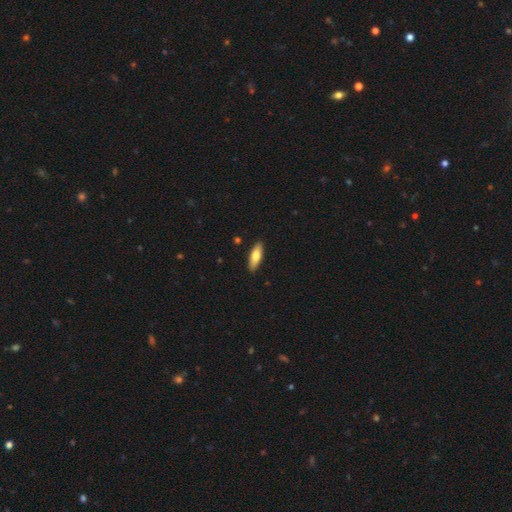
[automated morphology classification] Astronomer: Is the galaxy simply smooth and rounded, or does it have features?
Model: smooth — 73%.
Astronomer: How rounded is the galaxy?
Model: in between — 58% (runner-up: cigar-shaped, 40%).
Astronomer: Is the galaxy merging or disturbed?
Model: none — 90%.